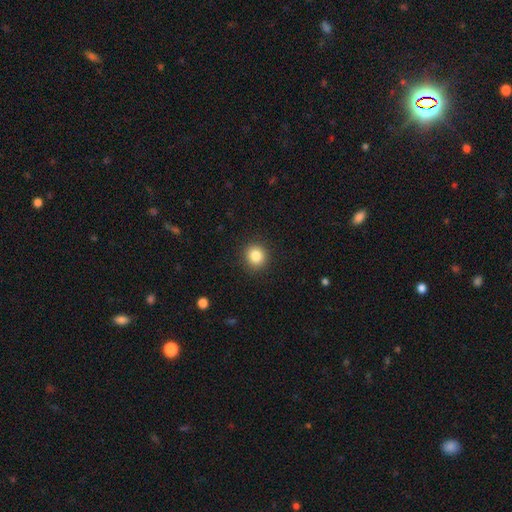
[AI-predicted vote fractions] Smooth or featured? Predicted: smooth (p=0.84). How rounded? Predicted: round (p=0.88). Merging? Predicted: none (p=0.91).